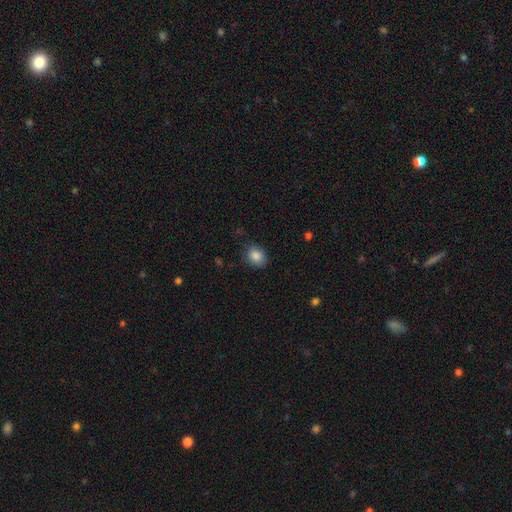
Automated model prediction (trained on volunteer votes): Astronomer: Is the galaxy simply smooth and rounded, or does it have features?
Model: smooth — 86%.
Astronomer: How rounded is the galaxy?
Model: in between — 54% (runner-up: round, 45%).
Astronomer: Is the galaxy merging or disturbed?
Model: none — 80%.